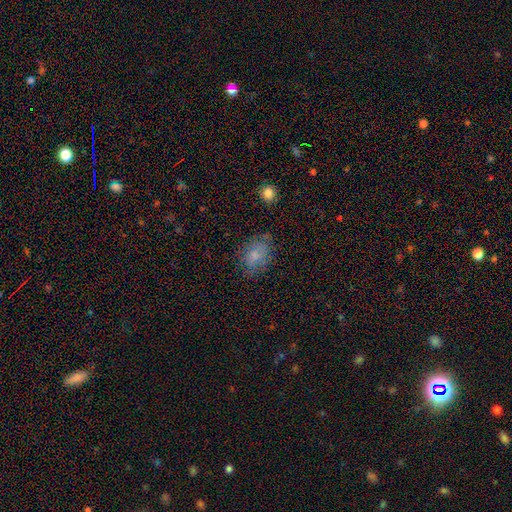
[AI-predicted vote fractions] Smooth or featured?
  - smooth: 72% *
  - featured or disk: 18%
  - star or artifact: 10%
How rounded?
  - in between: 76% *
  - round: 23%
  - cigar-shaped: 1%
Merging?
  - none: 69% *
  - minor disturbance: 22%
  - major disturbance: 7%
  - merger: 3%